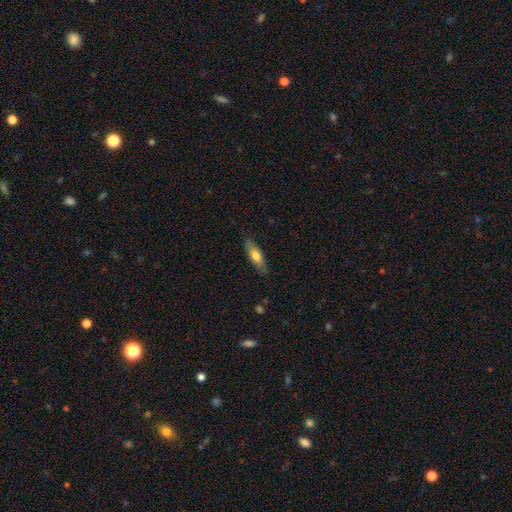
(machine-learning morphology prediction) Overall: smooth (64%; featured or disk 30%). How rounded: cigar-shaped (51%; in between 47%). Merging: none (84%).